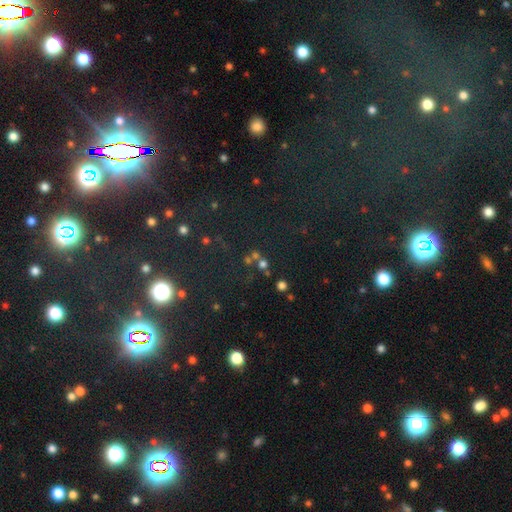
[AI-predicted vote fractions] Overall: star or artifact (60%; smooth 28%).